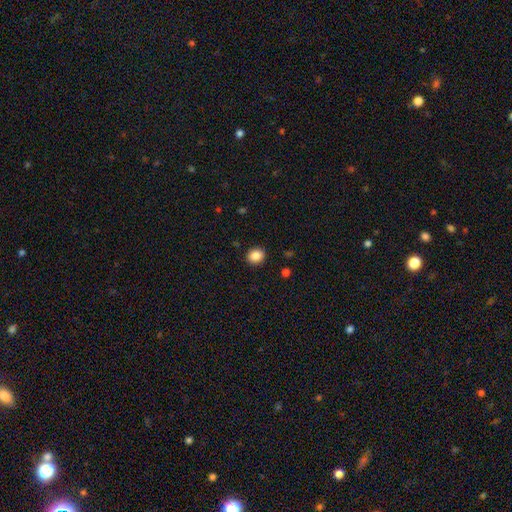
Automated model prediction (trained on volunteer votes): smooth-or-featured: smooth: 86% | star or artifact: 9% | featured or disk: 4%
  how-rounded: round: 70% | in between: 29% | cigar-shaped: 1%
  merging: none: 91% | minor disturbance: 6% | major disturbance: 2% | merger: 1%